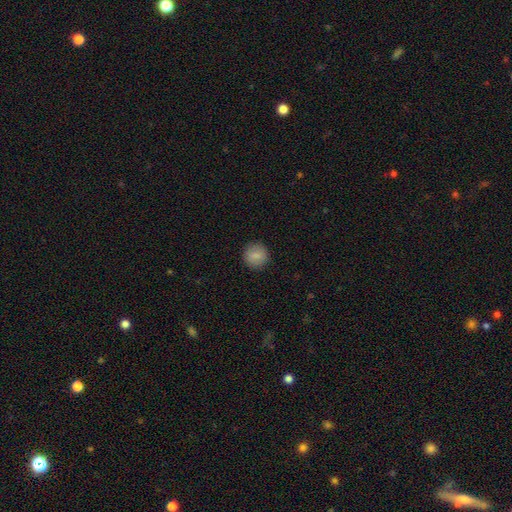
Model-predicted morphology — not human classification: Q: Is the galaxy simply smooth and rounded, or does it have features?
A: smooth — 86%.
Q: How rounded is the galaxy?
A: round — 91%.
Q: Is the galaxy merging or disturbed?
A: none — 91%.